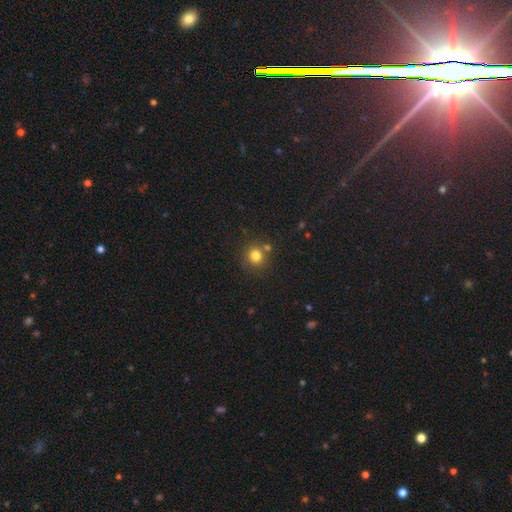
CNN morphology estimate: Smooth or featured? Predicted: smooth (p=0.80). How rounded? Predicted: round (p=0.87). Merging? Predicted: none (p=0.72).